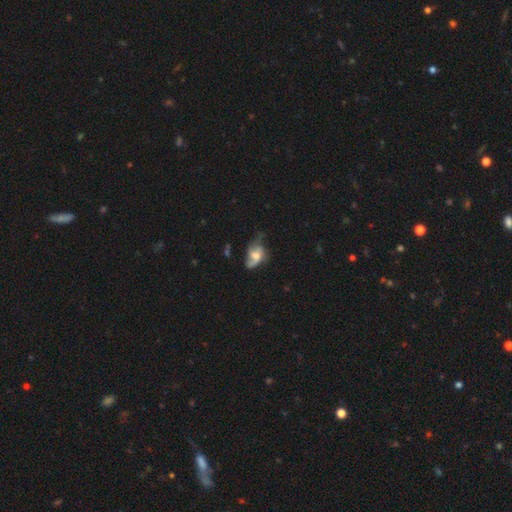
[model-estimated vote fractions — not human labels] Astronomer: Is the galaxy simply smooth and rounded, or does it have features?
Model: featured or disk — 59%.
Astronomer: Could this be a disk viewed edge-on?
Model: no — 96%.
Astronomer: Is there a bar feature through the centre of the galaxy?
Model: no — 65%.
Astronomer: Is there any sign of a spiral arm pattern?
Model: yes — 78%.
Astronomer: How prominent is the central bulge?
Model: moderate — 48%.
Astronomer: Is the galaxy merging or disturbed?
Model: none — 37% (runner-up: major disturbance, 31%).